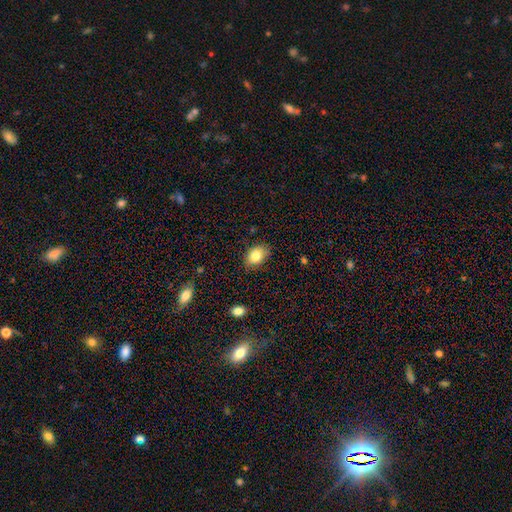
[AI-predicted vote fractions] Smooth or featured? Predicted: smooth (p=0.83). How rounded? Predicted: in between (p=0.80). Merging? Predicted: none (p=0.81).